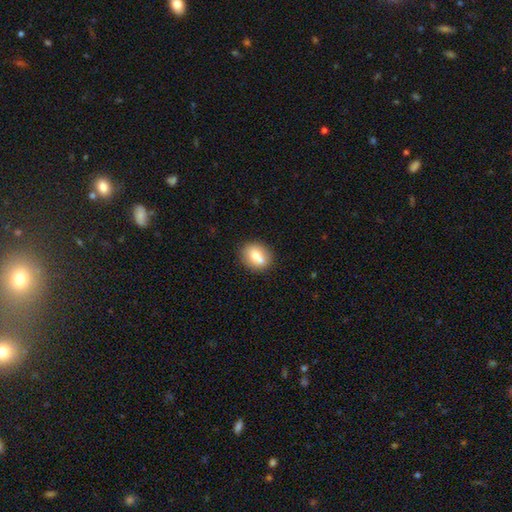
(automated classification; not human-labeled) Q: Smooth or featured?
A: smooth (70%); runner-up: featured or disk (22%)
Q: How rounded?
A: round (57%); runner-up: in between (41%)
Q: Merging?
A: none (66%); runner-up: merger (20%)